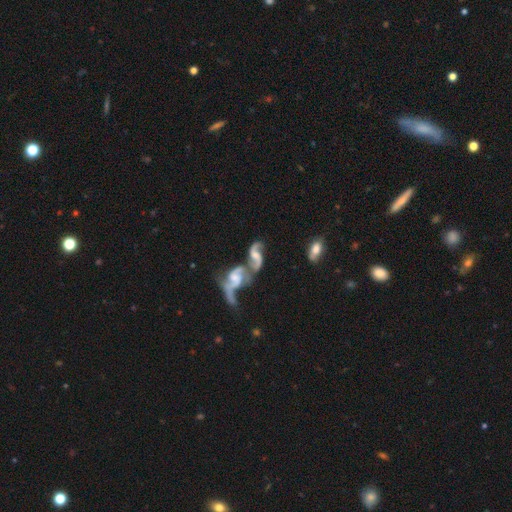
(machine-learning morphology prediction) Overall: featured or disk (85%). Edge-on disk: no (95%). Bar: weak (44%; no 42%). Spiral arms: yes (94%). Spiral arm count: 2 (90%). Spiral winding: loose (68%). Bulge size: moderate (37%; small 30%). Merging: merger (68%).